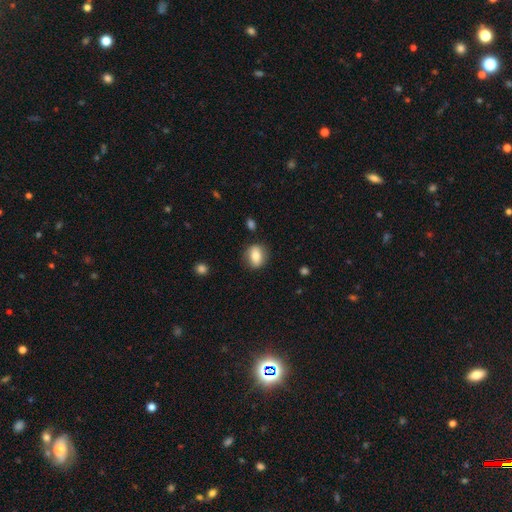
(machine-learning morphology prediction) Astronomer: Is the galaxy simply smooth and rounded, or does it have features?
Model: smooth — 76%.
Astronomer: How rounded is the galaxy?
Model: in between — 57% (runner-up: round, 40%).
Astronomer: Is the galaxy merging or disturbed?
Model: none — 84%.